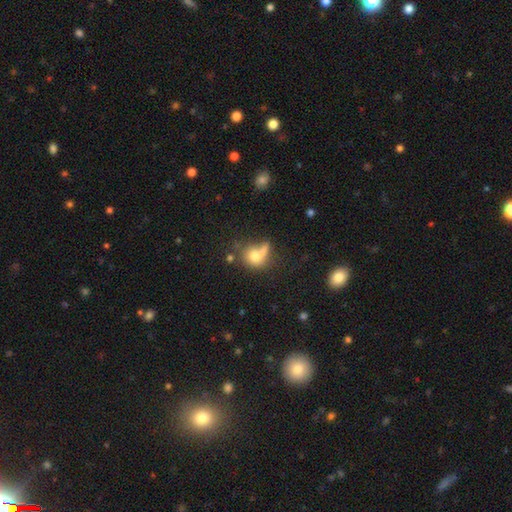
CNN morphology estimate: smooth-or-featured: smooth: 72% | featured or disk: 16% | star or artifact: 12%
  how-rounded: round: 68% | in between: 30% | cigar-shaped: 2%
  merging: none: 39% | merger: 28% | minor disturbance: 17% | major disturbance: 16%